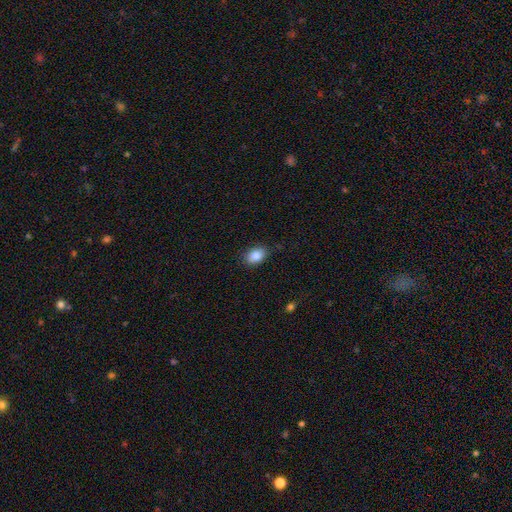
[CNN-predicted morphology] Overall: smooth (87%). How rounded: in between (81%). Merging: none (85%).